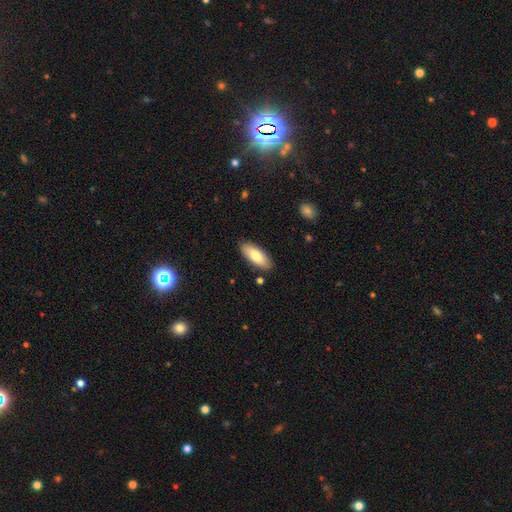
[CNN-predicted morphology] A smooth galaxy with no disk features (80%) that is in between round and cigar-shaped (81%). Merging: none (87%).